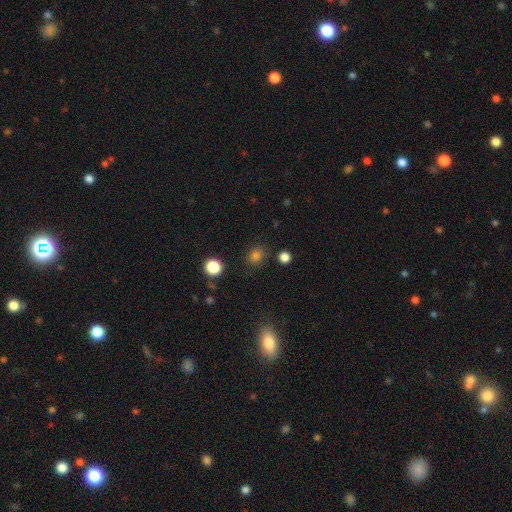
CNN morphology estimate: Smooth or featured: smooth — 79% (star or artifact — 16%)
How rounded: round — 66% (in between — 33%)
Merging: none — 84% (minor disturbance — 10%)